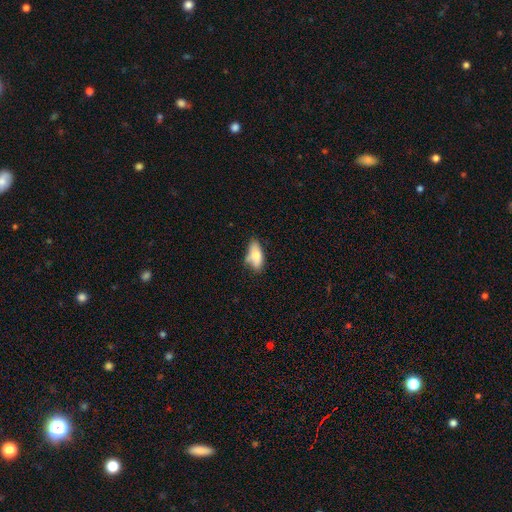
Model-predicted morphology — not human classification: smooth_or_featured: smooth (p=0.71) [alt: featured or disk p=0.22]
how_rounded: in between (p=0.86) [alt: cigar-shaped p=0.10]
merging: none (p=0.50) [alt: minor disturbance p=0.32]